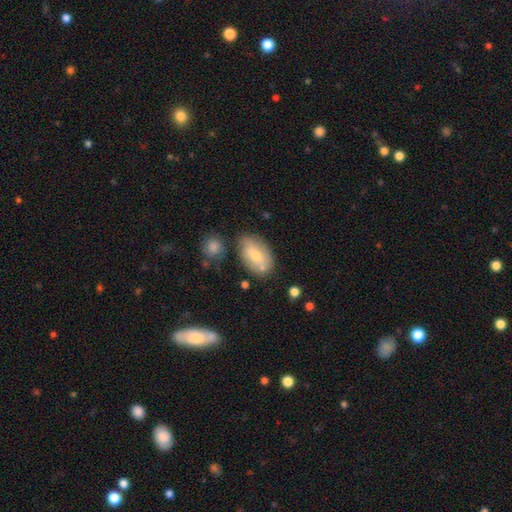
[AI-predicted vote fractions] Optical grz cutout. It shows a smooth galaxy with no disk features (63%) that is in between round and cigar-shaped (89%). Merging: none (67%).